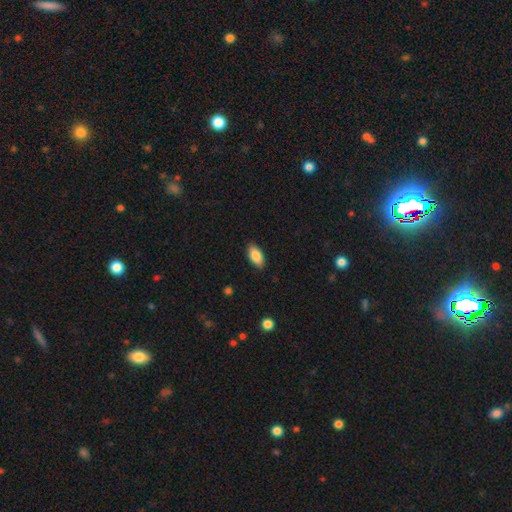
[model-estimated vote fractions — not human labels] A smooth galaxy with no disk features (87%) that is in between round and cigar-shaped (92%). Merging: none (88%).